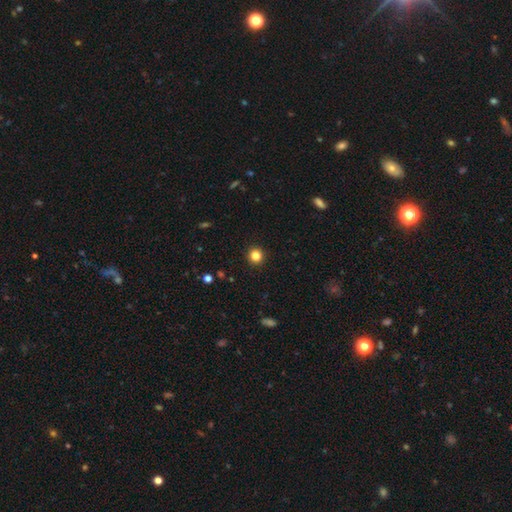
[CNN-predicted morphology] type=smooth (83%); roundness=round (95%); merging=none (93%).